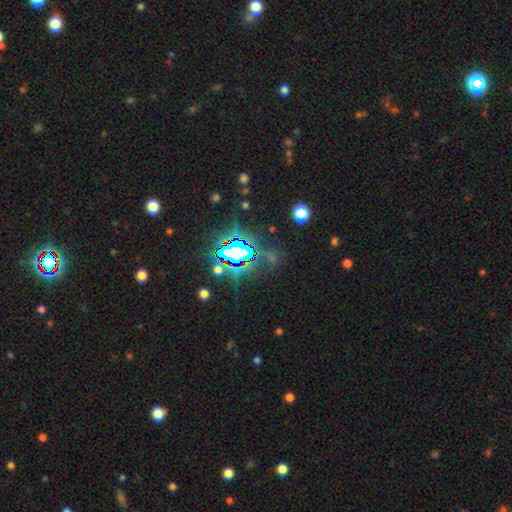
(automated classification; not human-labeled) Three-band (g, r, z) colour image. It shows a star or artifact, not a galaxy (83%).